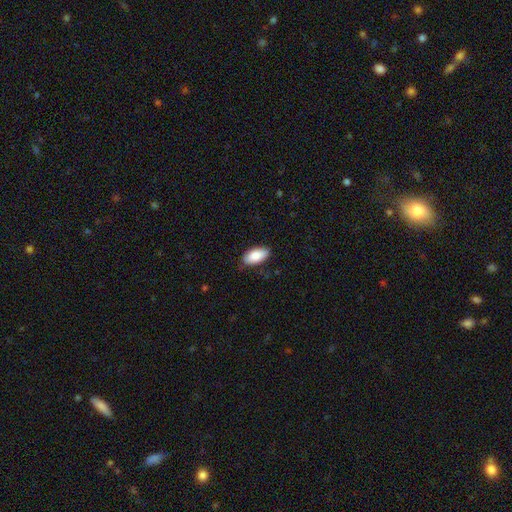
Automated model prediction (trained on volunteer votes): Smooth or featured? smooth (87%)
How rounded? in between (93%)
Merging? none (83%)